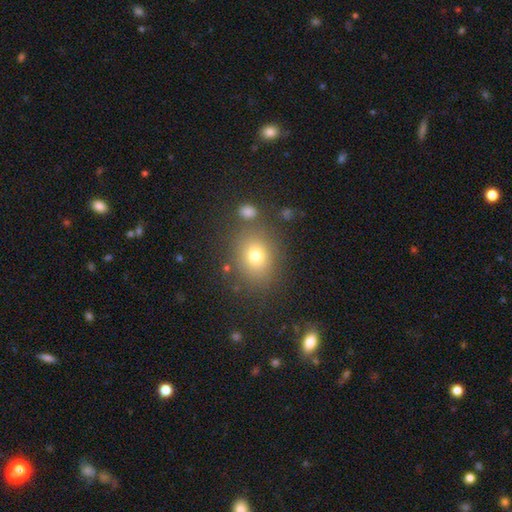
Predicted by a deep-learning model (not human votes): A smooth galaxy with no disk features (74%) that is round (58%). Merging: none (79%).